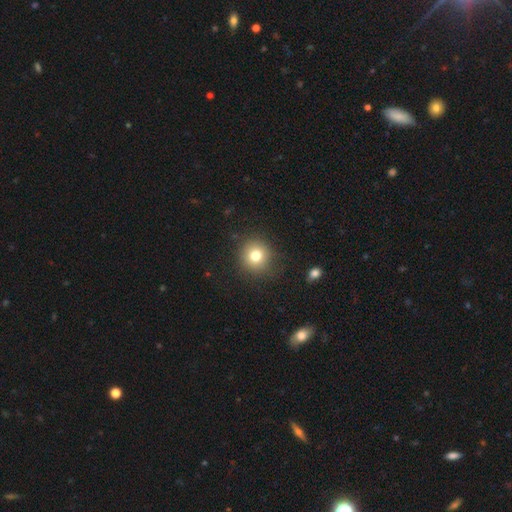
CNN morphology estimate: Smooth or featured? smooth (78%)
How rounded? round (91%)
Merging? none (85%)